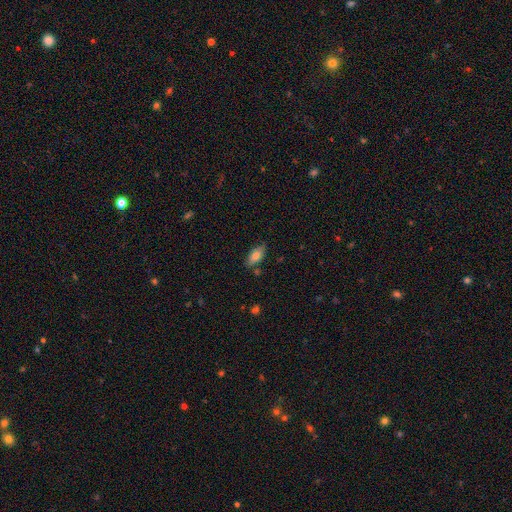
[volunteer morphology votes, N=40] Smooth or featured?
  - smooth: 85% *
  - featured or disk: 12%
  - star or artifact: 2%
How rounded?
  - in between: 88% *
  - round: 6%
  - cigar-shaped: 6%
Merging?
  - none: 87% *
  - minor disturbance: 10%
  - merger: 3%
  - major disturbance: 0%